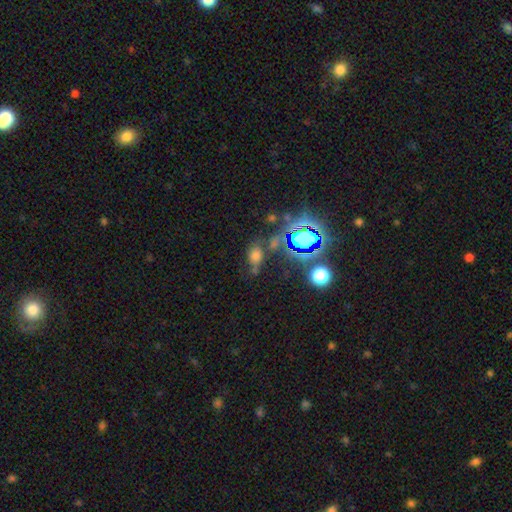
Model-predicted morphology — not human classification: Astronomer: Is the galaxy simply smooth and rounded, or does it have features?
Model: smooth — 54% (runner-up: star or artifact, 31%).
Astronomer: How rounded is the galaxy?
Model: in between — 66%.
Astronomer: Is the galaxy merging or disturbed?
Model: none — 53%.